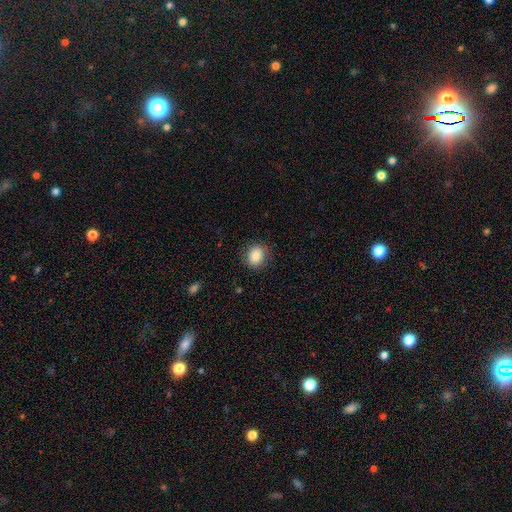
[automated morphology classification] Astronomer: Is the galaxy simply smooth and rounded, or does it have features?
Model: smooth — 86%.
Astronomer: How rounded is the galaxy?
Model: round — 62% (runner-up: in between, 38%).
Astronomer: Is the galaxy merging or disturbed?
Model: none — 83%.